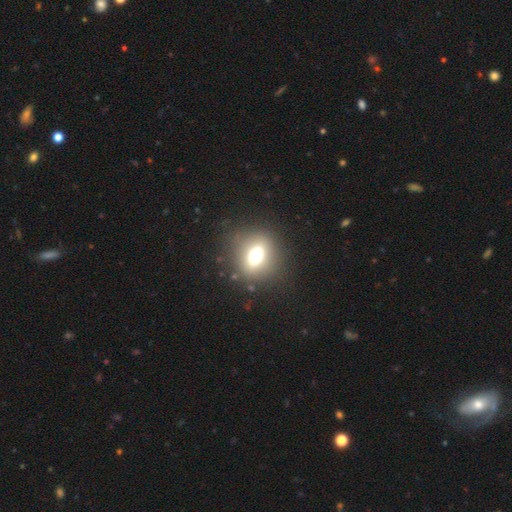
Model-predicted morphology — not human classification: Q: Smooth or featured?
A: smooth (65%); runner-up: featured or disk (21%)
Q: How rounded?
A: in between (49%); runner-up: round (48%)
Q: Merging?
A: none (81%); runner-up: minor disturbance (11%)